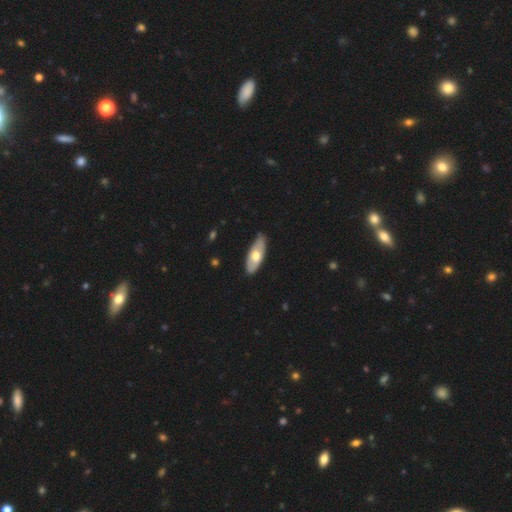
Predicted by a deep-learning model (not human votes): smooth_or_featured: smooth (p=0.53) [alt: featured or disk p=0.42]
how_rounded: in between (p=0.74) [alt: cigar-shaped p=0.24]
merging: none (p=0.78) [alt: minor disturbance p=0.18]